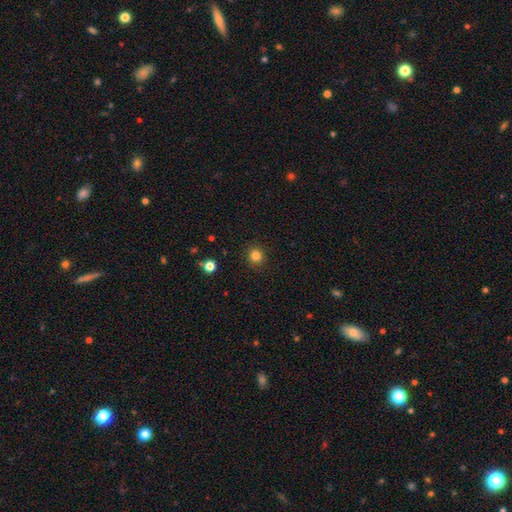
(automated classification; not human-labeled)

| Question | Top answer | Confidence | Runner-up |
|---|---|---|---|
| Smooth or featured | smooth | 83% | star or artifact (12%) |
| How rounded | round | 90% | in between (9%) |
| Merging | none | 91% | minor disturbance (6%) |